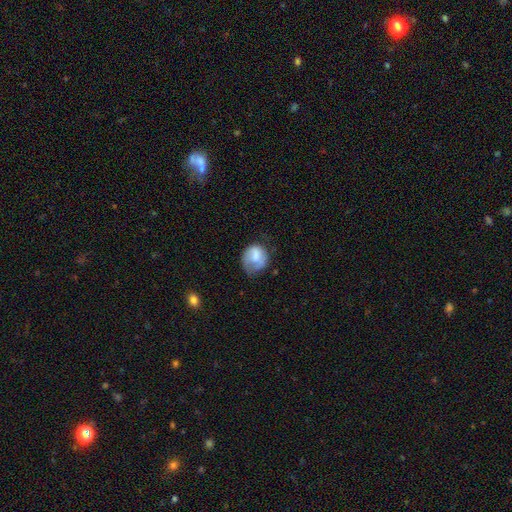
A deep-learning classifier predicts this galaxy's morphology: Smooth or featured? Predicted: smooth (p=0.69). How rounded? Predicted: round (p=0.64). Merging? Predicted: none (p=0.44).